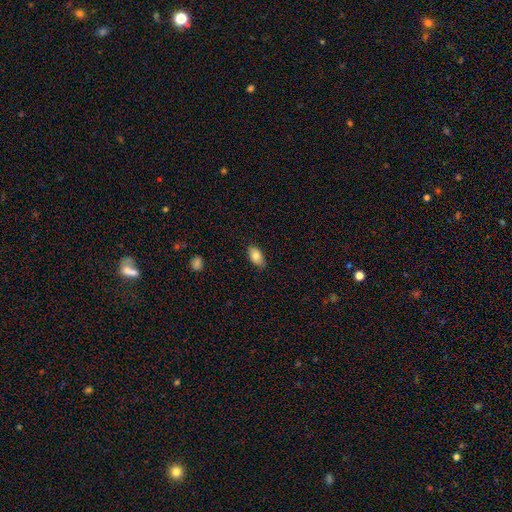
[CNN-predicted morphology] Smooth or featured? smooth (81%)
How rounded? in between (92%)
Merging? none (82%)